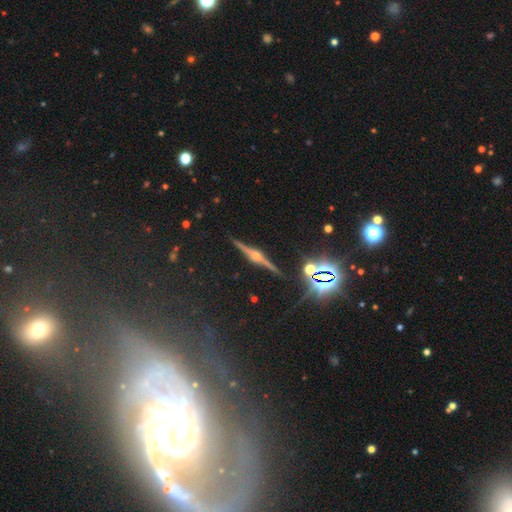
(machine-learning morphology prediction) Q: Smooth or featured?
A: featured or disk (77%); runner-up: star or artifact (16%)
Q: Edge-on disk?
A: yes (97%); runner-up: no (3%)
Q: Edge-on bulge?
A: rounded (89%); runner-up: boxy (8%)
Q: Merging?
A: none (90%); runner-up: minor disturbance (7%)